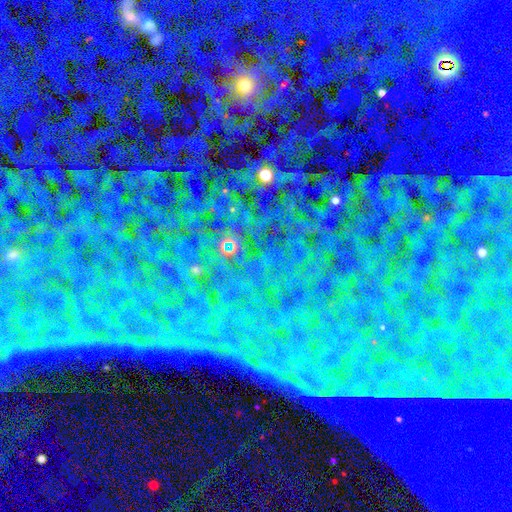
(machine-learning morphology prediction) The model was most divided on "smooth or featured": star or artifact: 86%, smooth: 7%, featured or disk: 7%.